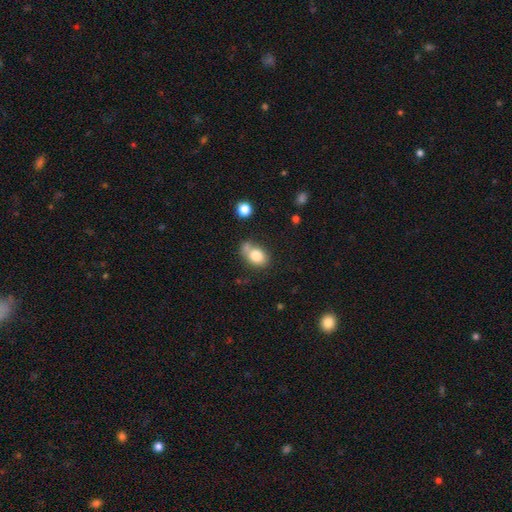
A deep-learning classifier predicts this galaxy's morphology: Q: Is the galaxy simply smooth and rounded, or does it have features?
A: smooth — 80%.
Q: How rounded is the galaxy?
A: in between — 68%.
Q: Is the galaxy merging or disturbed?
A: none — 45%.